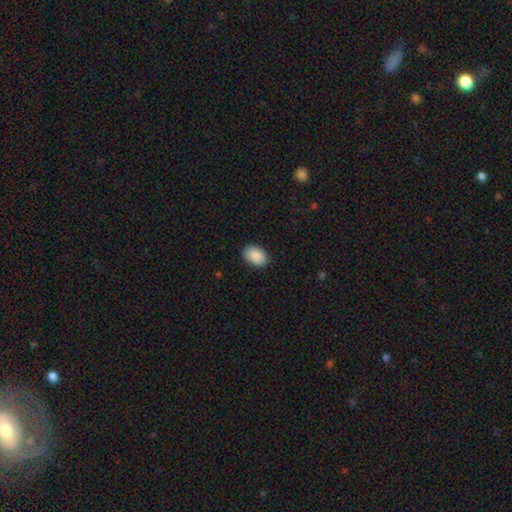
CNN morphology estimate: The model was most divided on "how rounded": in between: 84%, round: 15%, cigar-shaped: 1%. More confident: smooth or featured — smooth (90%); merging — none (86%).